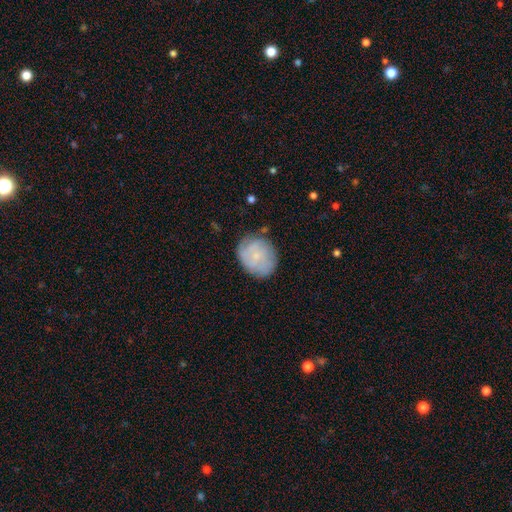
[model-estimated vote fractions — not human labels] This appears to be a smooth galaxy with no disk features (49%). Merging: none (73%).